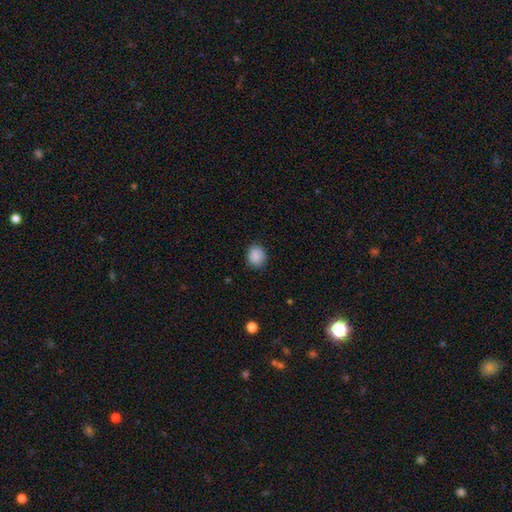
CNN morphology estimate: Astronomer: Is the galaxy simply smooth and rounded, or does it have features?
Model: smooth — 87%.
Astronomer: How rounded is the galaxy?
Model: round — 71%.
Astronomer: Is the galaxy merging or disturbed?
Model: none — 81%.